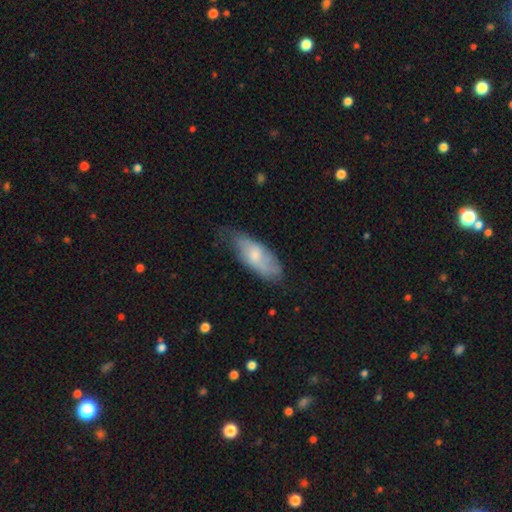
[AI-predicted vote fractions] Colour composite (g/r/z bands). It shows a smooth galaxy with no disk features (57%) that is in between round and cigar-shaped (78%). Merging: none (53%).